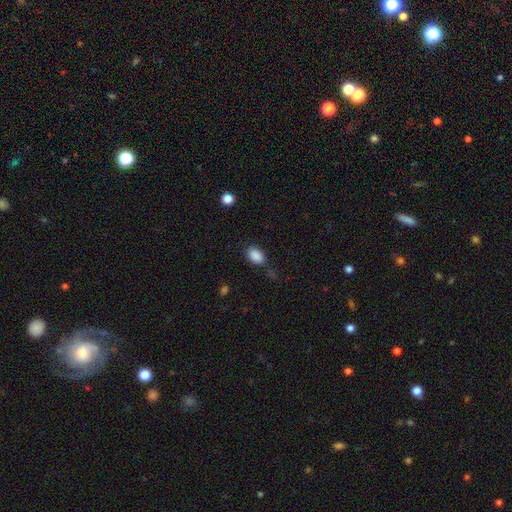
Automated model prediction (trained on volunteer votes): Overall: smooth (88%). How rounded: in between (86%). Merging: none (72%).